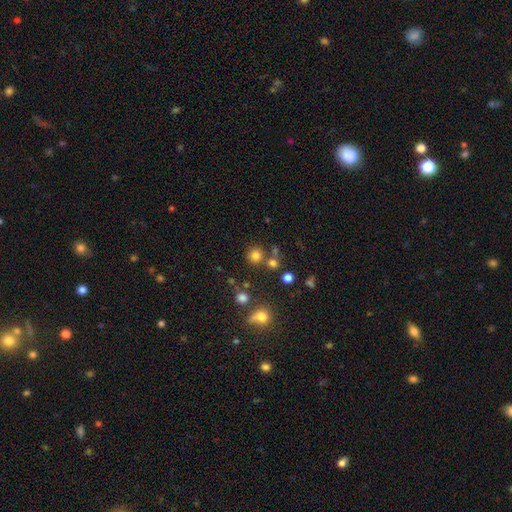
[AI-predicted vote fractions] A smooth galaxy with no disk features (76%) that is round (92%). Merging: none (76%).